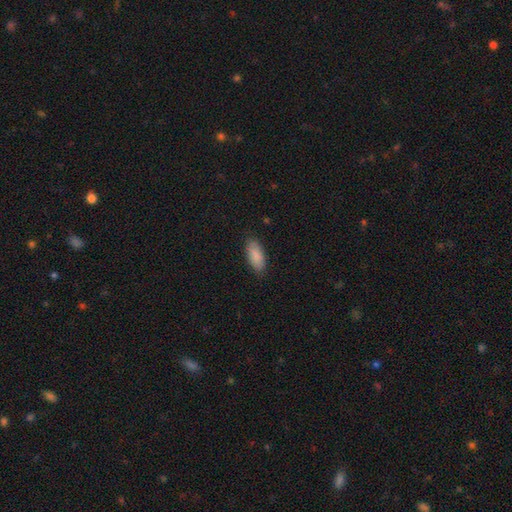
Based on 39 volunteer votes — A smooth galaxy with no disk features (74%) that is in between round and cigar-shaped (90%).

Vote fractions:
- Smooth or featured? smooth: 74% / featured or disk: 15% / star or artifact: 10%
- How rounded? in between: 90% / cigar-shaped: 10% / round: 0%
- Merging? none: 77% / minor disturbance: 14% / major disturbance: 6% / merger: 3%